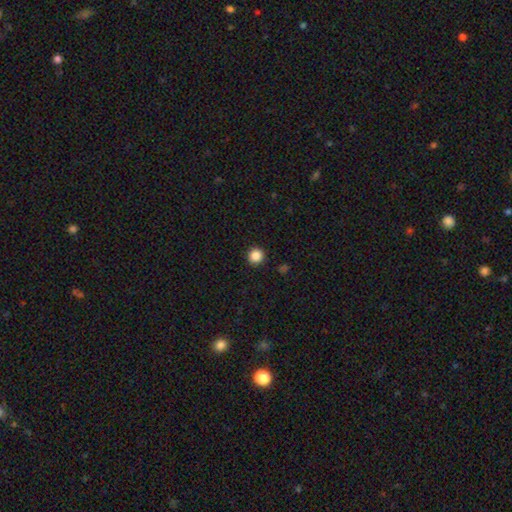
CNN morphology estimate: A smooth galaxy with no disk features (86%) that is round (95%). Merging: none (93%).